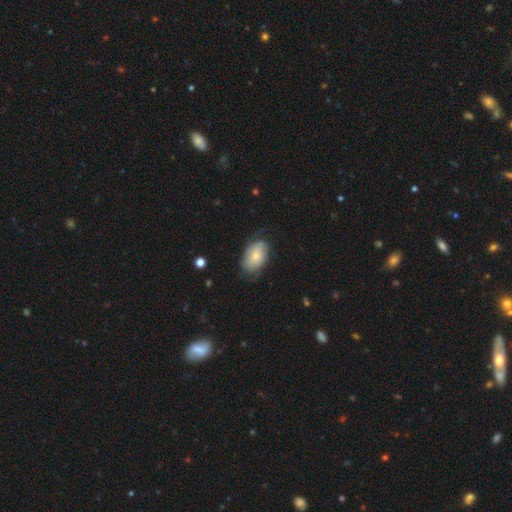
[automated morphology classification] Q: Smooth or featured?
A: smooth (60%); runner-up: featured or disk (33%)
Q: How rounded?
A: in between (89%); runner-up: round (10%)
Q: Merging?
A: none (62%); runner-up: minor disturbance (26%)